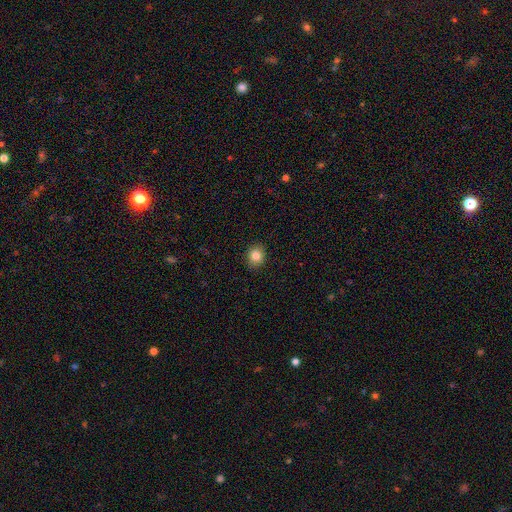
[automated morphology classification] The model was most divided on "how rounded": round: 70%, in between: 30%, cigar-shaped: 1%. More confident: merging — none (90%); smooth or featured — smooth (84%).